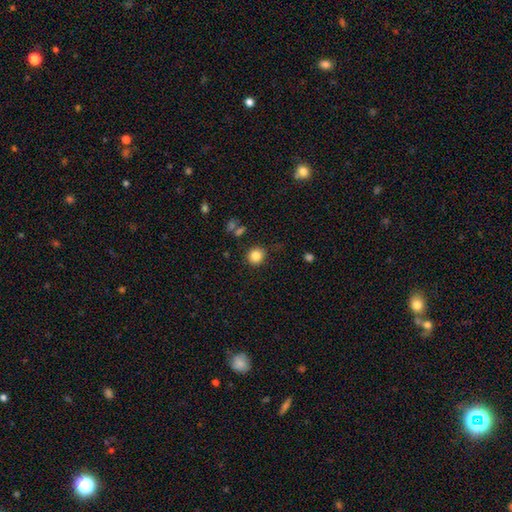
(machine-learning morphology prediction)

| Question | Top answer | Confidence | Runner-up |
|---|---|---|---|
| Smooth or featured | smooth | 84% | star or artifact (11%) |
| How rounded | round | 87% | in between (12%) |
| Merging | none | 85% | minor disturbance (10%) |